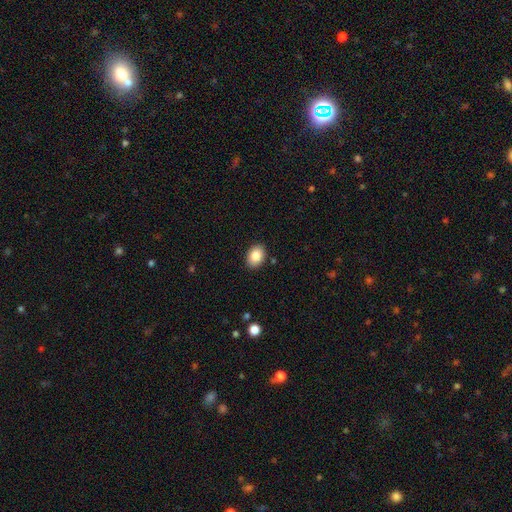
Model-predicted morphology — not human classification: Overall: smooth (86%). How rounded: in between (73%). Merging: none (89%).